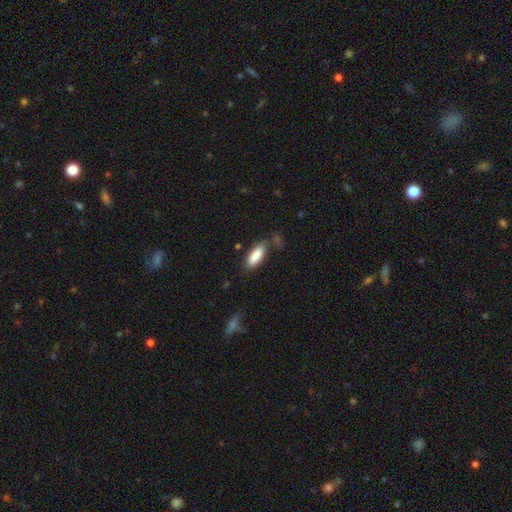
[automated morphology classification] A smooth galaxy with no disk features (86%) that is in between round and cigar-shaped (73%).

Vote fractions:
- Smooth or featured? smooth: 86% / featured or disk: 7% / star or artifact: 6%
- How rounded? in between: 73% / cigar-shaped: 26% / round: 2%
- Merging? none: 71% / minor disturbance: 19% / major disturbance: 5% / merger: 5%